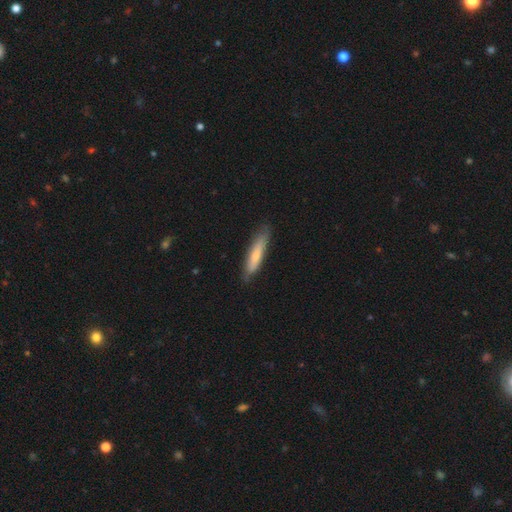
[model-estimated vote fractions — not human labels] Overall: smooth (65%; featured or disk 30%). How rounded: cigar-shaped (83%). Merging: none (80%).